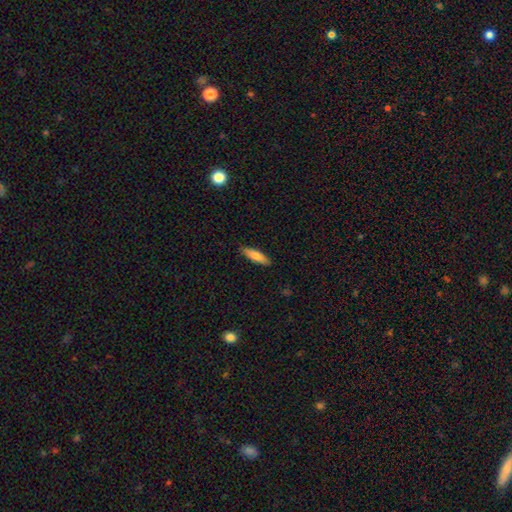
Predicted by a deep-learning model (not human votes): smooth-or-featured: smooth: 78% | featured or disk: 16% | star or artifact: 6%
  how-rounded: cigar-shaped: 62% | in between: 36% | round: 2%
  merging: none: 89% | minor disturbance: 8% | major disturbance: 2% | merger: 1%